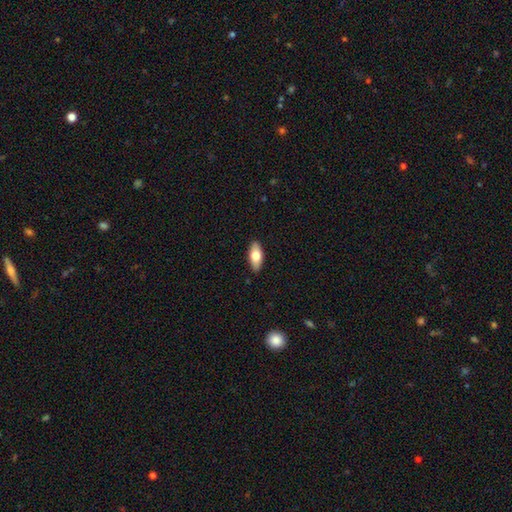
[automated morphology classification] Smooth or featured?
  - smooth: 71% *
  - featured or disk: 23%
  - star or artifact: 6%
How rounded?
  - in between: 84% *
  - cigar-shaped: 13%
  - round: 3%
Merging?
  - none: 89% *
  - minor disturbance: 9%
  - major disturbance: 2%
  - merger: 1%